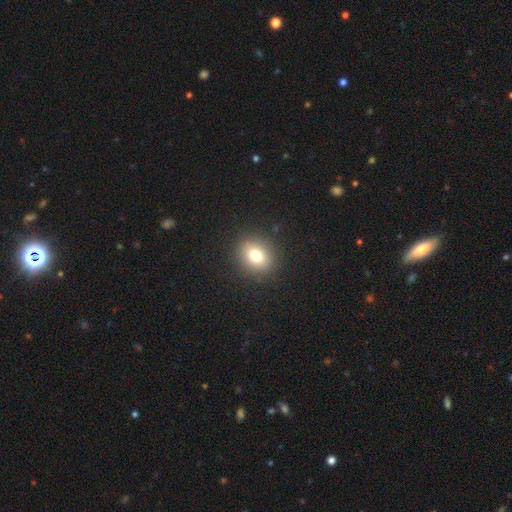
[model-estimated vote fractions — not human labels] Q: Smooth or featured?
A: smooth (78%); runner-up: star or artifact (12%)
Q: How rounded?
A: round (68%); runner-up: in between (31%)
Q: Merging?
A: none (89%); runner-up: minor disturbance (7%)